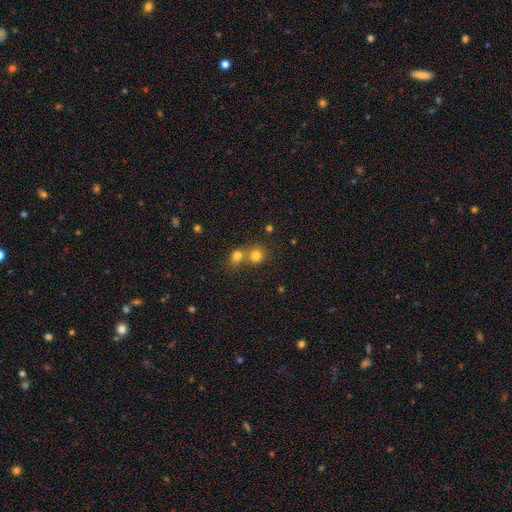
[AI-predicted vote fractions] smooth_or_featured: smooth (p=0.77) [alt: star or artifact p=0.14]
how_rounded: round (p=0.84) [alt: in between p=0.15]
merging: none (p=0.46) [alt: merger p=0.45]